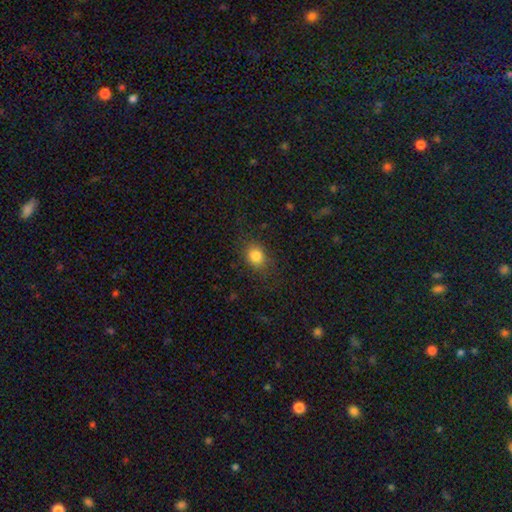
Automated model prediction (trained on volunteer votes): Smooth or featured?
  - smooth: 83% *
  - star or artifact: 11%
  - featured or disk: 6%
How rounded?
  - round: 55% *
  - in between: 43%
  - cigar-shaped: 1%
Merging?
  - none: 80% *
  - minor disturbance: 13%
  - major disturbance: 5%
  - merger: 1%